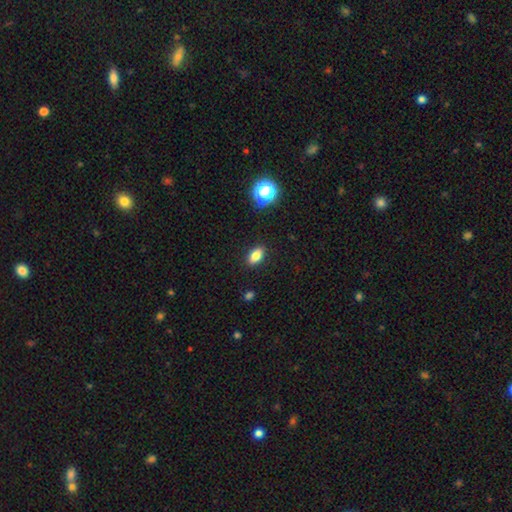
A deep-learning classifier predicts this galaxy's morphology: Smooth or featured?
  - smooth: 82% *
  - star or artifact: 10%
  - featured or disk: 8%
How rounded?
  - in between: 85% *
  - round: 9%
  - cigar-shaped: 6%
Merging?
  - none: 89% *
  - minor disturbance: 8%
  - major disturbance: 2%
  - merger: 1%